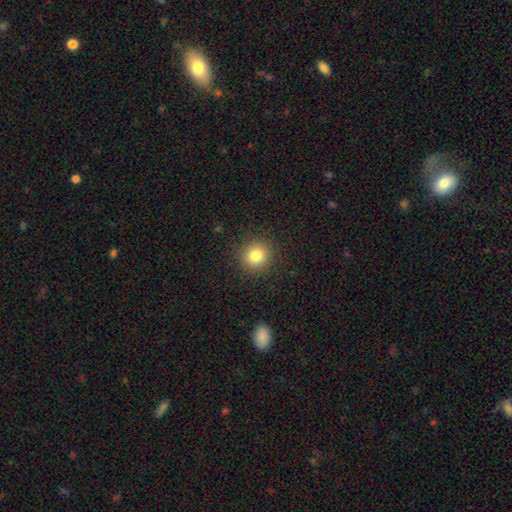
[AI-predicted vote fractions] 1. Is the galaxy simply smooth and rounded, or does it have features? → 82% smooth, 11% star or artifact, 7% featured or disk.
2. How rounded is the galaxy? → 88% round, 11% in between, 1% cigar-shaped.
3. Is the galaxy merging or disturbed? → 90% none, 6% minor disturbance, 2% major disturbance, 1% merger.